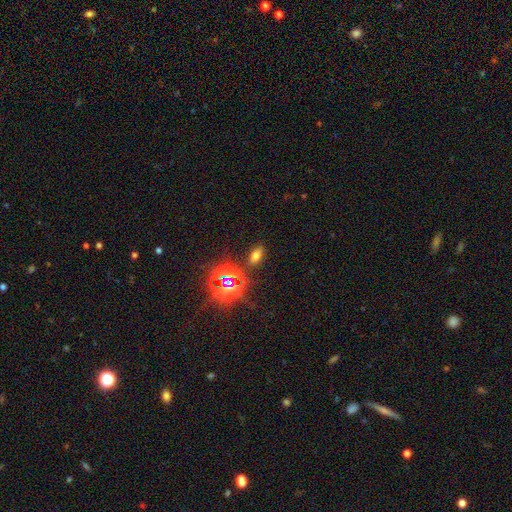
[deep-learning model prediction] Q: Smooth or featured?
A: smooth (59%); runner-up: star or artifact (32%)
Q: How rounded?
A: in between (85%); runner-up: round (8%)
Q: Merging?
A: none (85%); runner-up: minor disturbance (9%)